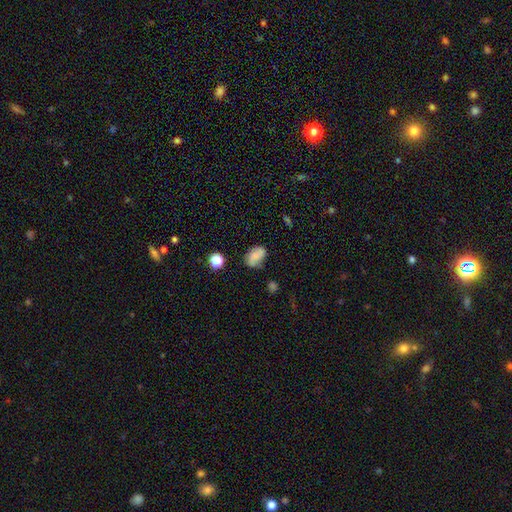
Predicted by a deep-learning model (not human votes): A smooth galaxy with no disk features (72%) that is in between round and cigar-shaped (84%).

Vote fractions:
- Smooth or featured? smooth: 72% / featured or disk: 17% / star or artifact: 11%
- How rounded? in between: 84% / round: 15% / cigar-shaped: 2%
- Merging? none: 63% / minor disturbance: 25% / major disturbance: 7% / merger: 5%